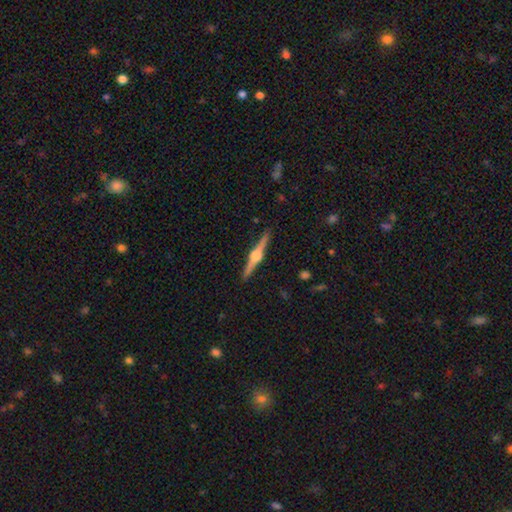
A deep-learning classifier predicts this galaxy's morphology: smooth-or-featured: featured or disk: 82% | smooth: 12% | star or artifact: 6%
  disk-edge-on: yes: 98% | no: 2%
    edge-on-bulge: rounded: 94% | boxy: 4% | none: 2%
  merging: none: 91% | minor disturbance: 6% | major disturbance: 1% | merger: 1%